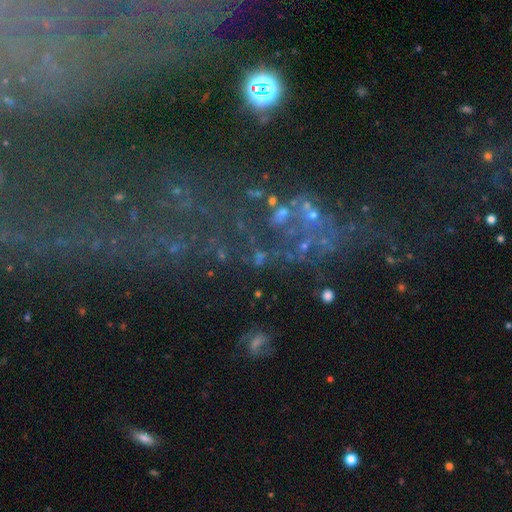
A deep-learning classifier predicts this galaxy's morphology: A star or artifact, not a galaxy (43%).

Vote fractions:
- Smooth or featured? star or artifact: 43% / featured or disk: 40% / smooth: 17%